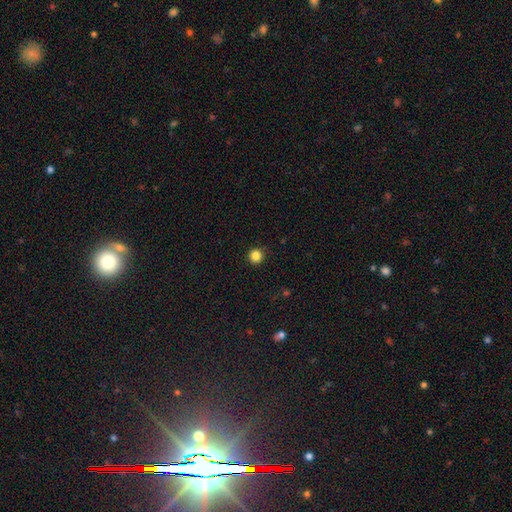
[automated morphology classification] type=smooth (85%); roundness=round (96%); merging=none (93%).